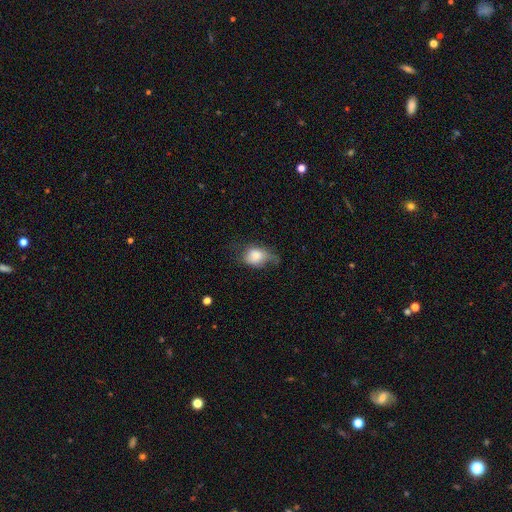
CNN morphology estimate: smooth-or-featured: smooth: 73% | featured or disk: 18% | star or artifact: 9%
  how-rounded: in between: 58% | round: 40% | cigar-shaped: 2%
  merging: minor disturbance: 38% | none: 32% | major disturbance: 28% | merger: 3%